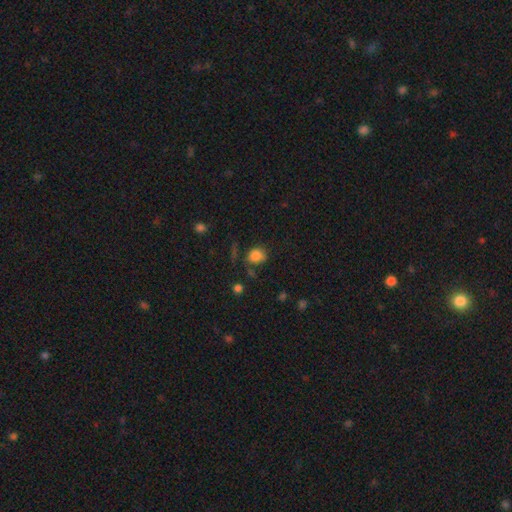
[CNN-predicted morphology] A smooth galaxy with no disk features (81%) that is round (60%). Merging: none (63%).